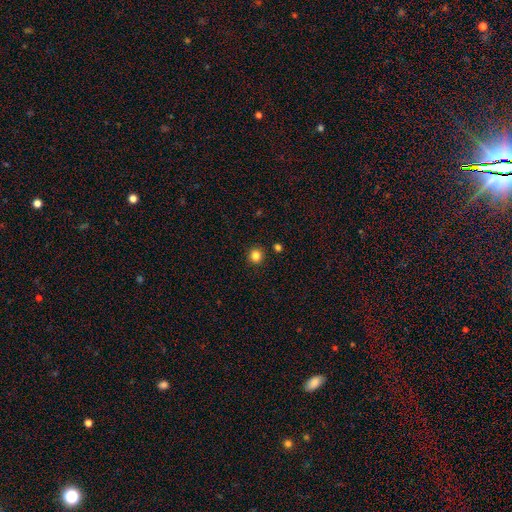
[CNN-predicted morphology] Smooth or featured? Predicted: smooth (p=0.83). How rounded? Predicted: round (p=0.93). Merging? Predicted: none (p=0.90).